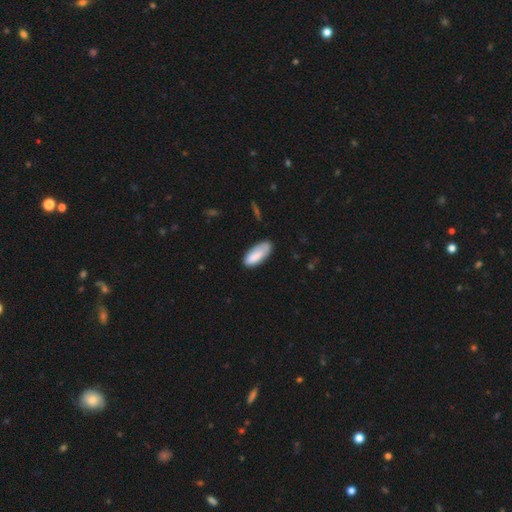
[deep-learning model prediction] A smooth galaxy with no disk features (83%) that is in between round and cigar-shaped (81%).

Vote fractions:
- Smooth or featured? smooth: 83% / featured or disk: 11% / star or artifact: 6%
- How rounded? in between: 81% / cigar-shaped: 18% / round: 2%
- Merging? none: 67% / minor disturbance: 25% / major disturbance: 6% / merger: 3%